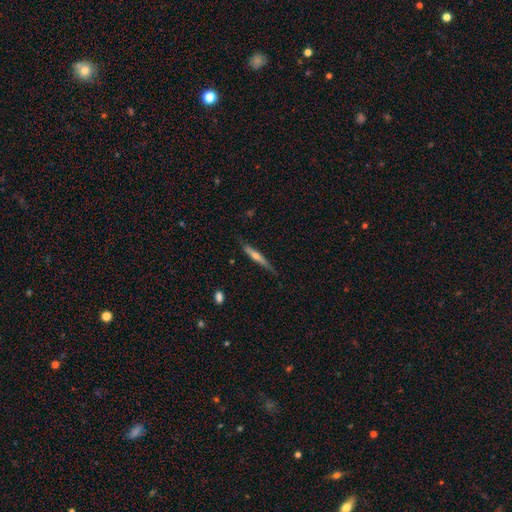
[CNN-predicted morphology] Q: Smooth or featured?
A: featured or disk (61%); runner-up: smooth (33%)
Q: Edge-on disk?
A: yes (96%); runner-up: no (4%)
Q: Edge-on bulge?
A: rounded (79%); runner-up: none (16%)
Q: Merging?
A: none (79%); runner-up: minor disturbance (17%)